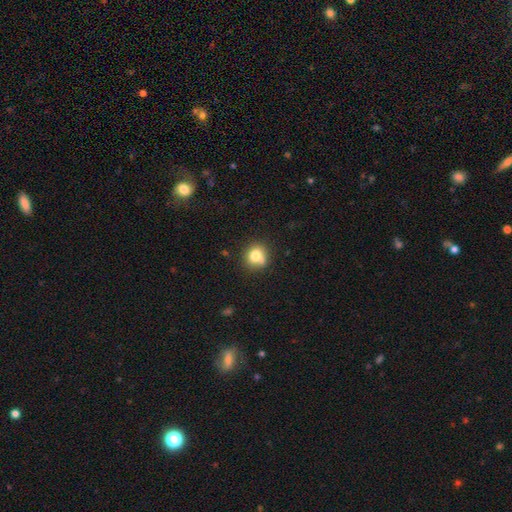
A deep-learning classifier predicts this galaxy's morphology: The model was most divided on "merging": none: 60%, minor disturbance: 19%, merger: 15%, major disturbance: 6%. More confident: how rounded — round (81%); smooth or featured — smooth (77%).